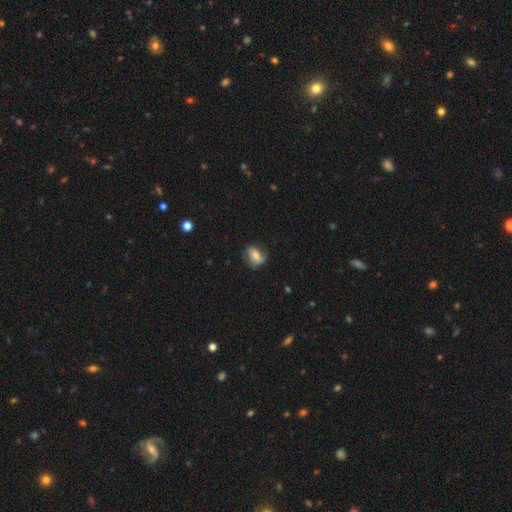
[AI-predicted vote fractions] The model was most divided on "smooth or featured": smooth: 47%, featured or disk: 44%, star or artifact: 9%. More confident: merging — none (65%).